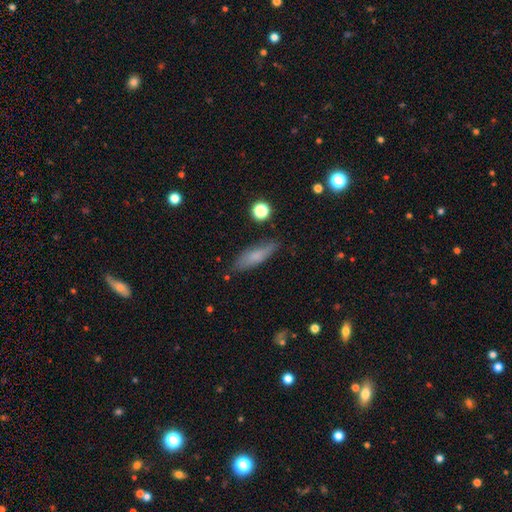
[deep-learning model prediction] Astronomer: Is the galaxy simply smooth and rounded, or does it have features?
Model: smooth — 71%.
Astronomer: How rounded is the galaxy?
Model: cigar-shaped — 60% (runner-up: in between, 37%).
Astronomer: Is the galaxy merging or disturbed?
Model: none — 81%.